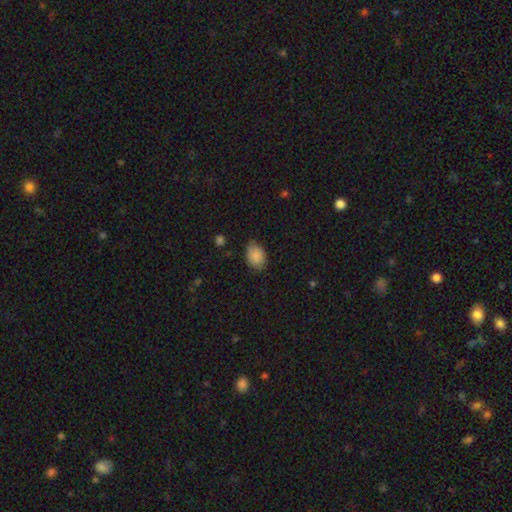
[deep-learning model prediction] Overall: smooth (87%). How rounded: in between (79%). Merging: none (73%).